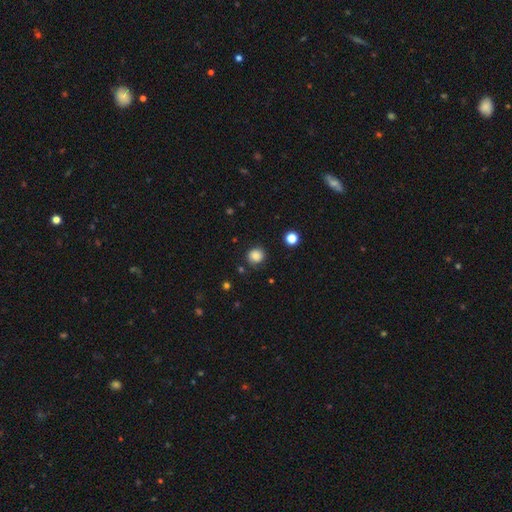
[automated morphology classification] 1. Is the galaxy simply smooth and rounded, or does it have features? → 84% smooth, 11% star or artifact, 5% featured or disk.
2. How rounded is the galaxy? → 89% round, 10% in between, 1% cigar-shaped.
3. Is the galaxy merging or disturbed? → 83% none, 12% minor disturbance, 3% major disturbance, 2% merger.